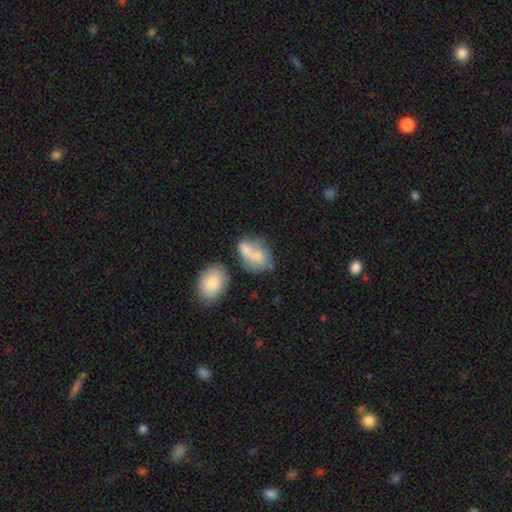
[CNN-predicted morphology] Smooth or featured?
  - smooth: 69% *
  - featured or disk: 23%
  - star or artifact: 9%
How rounded?
  - in between: 79% *
  - round: 19%
  - cigar-shaped: 2%
Merging?
  - merger: 43% *
  - none: 28%
  - minor disturbance: 18%
  - major disturbance: 11%